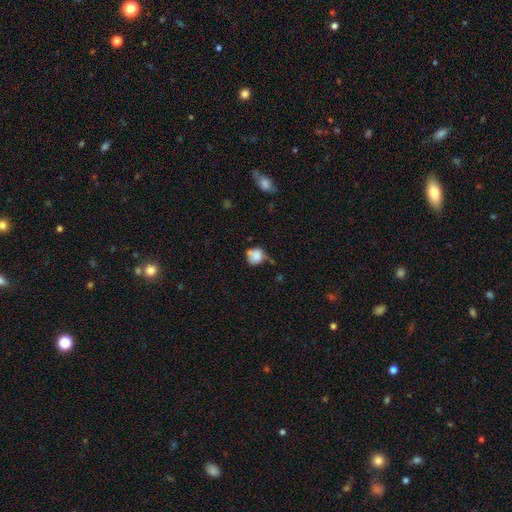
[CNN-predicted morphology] type=smooth (79%); roundness=round (74%); merging=none (45%).